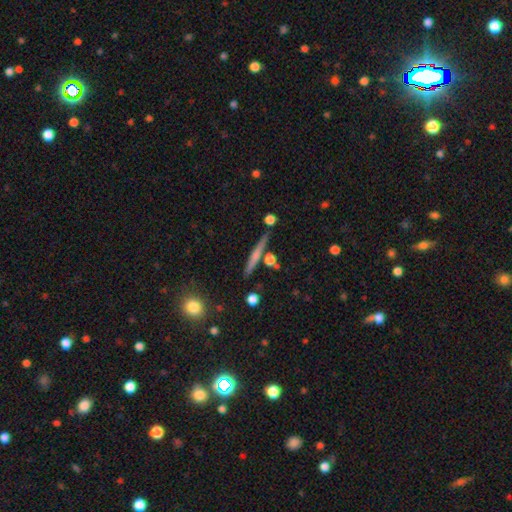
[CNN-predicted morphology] The model was most divided on "smooth or featured": smooth: 49%, featured or disk: 43%, star or artifact: 7%. More confident: merging — none (82%).